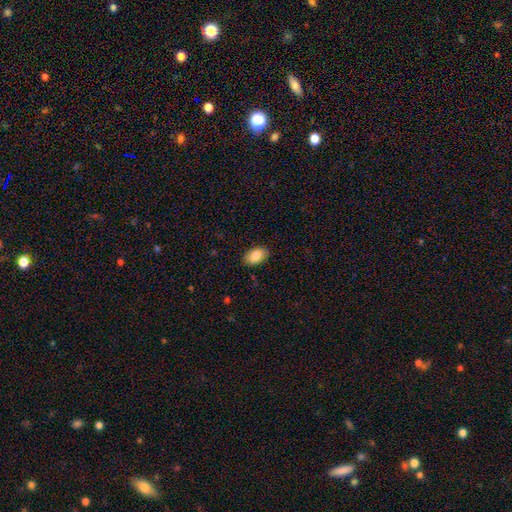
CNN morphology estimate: The model was most divided on "smooth or featured": smooth: 84%, featured or disk: 9%, star or artifact: 7%. More confident: how rounded — in between (93%); merging — none (88%).